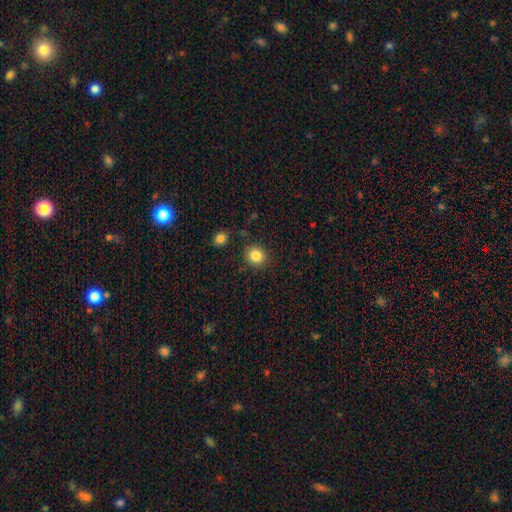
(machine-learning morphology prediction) Smooth or featured? smooth (85%)
How rounded? round (81%)
Merging? none (87%)